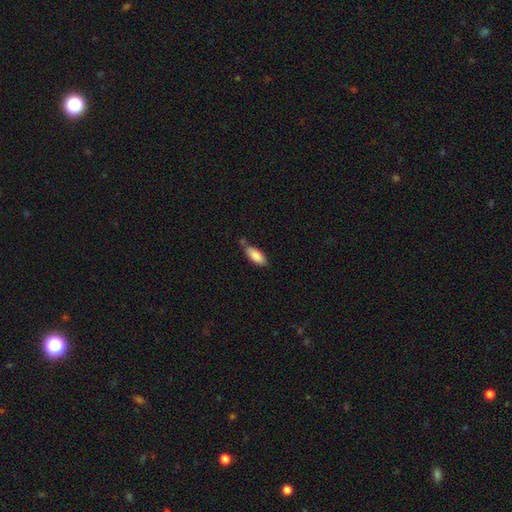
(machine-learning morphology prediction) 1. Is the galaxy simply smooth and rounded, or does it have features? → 87% smooth, 7% featured or disk, 6% star or artifact.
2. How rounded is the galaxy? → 83% in between, 15% cigar-shaped, 2% round.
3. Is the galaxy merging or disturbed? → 56% none, 26% minor disturbance, 13% merger, 5% major disturbance.